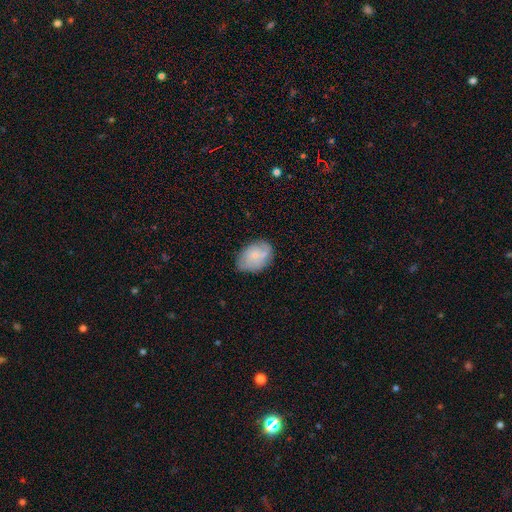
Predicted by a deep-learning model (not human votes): The model was most divided on "smooth or featured": smooth: 50%, featured or disk: 42%, star or artifact: 7%. More confident: how rounded — in between (76%); merging — none (73%).